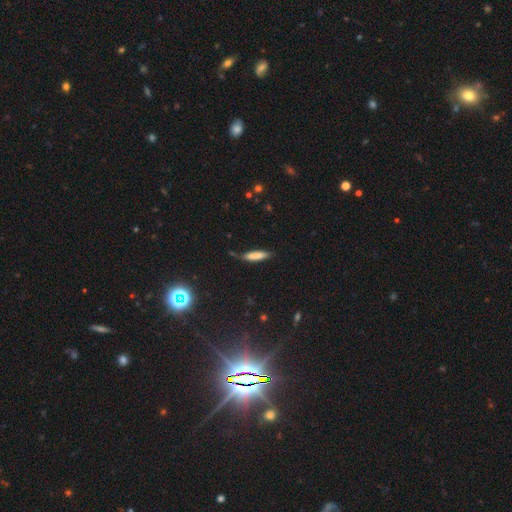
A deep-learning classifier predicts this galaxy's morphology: A smooth galaxy with no disk features (75%) that is cigar-shaped (80%). Merging: none (67%).